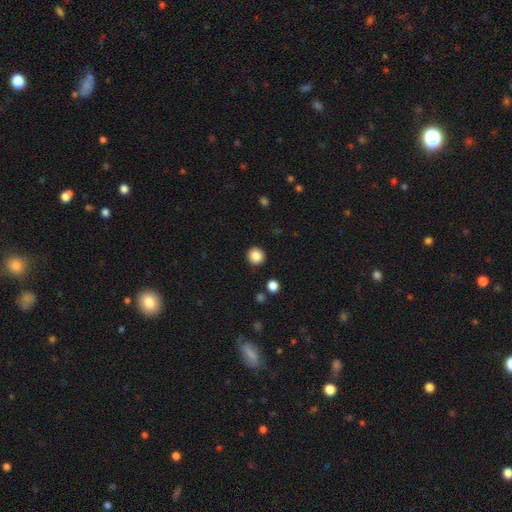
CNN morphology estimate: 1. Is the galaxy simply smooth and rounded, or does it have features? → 86% smooth, 10% star or artifact, 4% featured or disk.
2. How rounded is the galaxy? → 92% round, 7% in between, 1% cigar-shaped.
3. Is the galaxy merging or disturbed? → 91% none, 5% minor disturbance, 2% major disturbance, 1% merger.